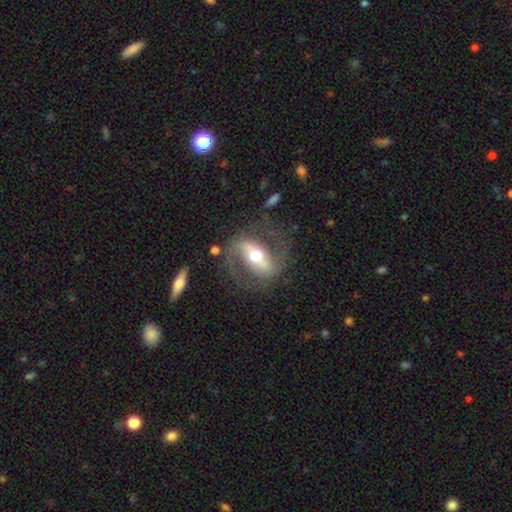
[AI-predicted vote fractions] Q: Smooth or featured?
A: featured or disk (83%); runner-up: smooth (12%)
Q: Edge-on disk?
A: no (93%); runner-up: yes (7%)
Q: Bar?
A: strong (60%); runner-up: weak (25%)
Q: Spiral arms?
A: yes (86%); runner-up: no (14%)
Q: Spiral winding?
A: medium (50%); runner-up: loose (31%)
Q: Spiral arm count?
A: 2 (90%); runner-up: can't tell (4%)
Q: Bulge size?
A: moderate (70%); runner-up: large (15%)
Q: Merging?
A: none (72%); runner-up: minor disturbance (14%)